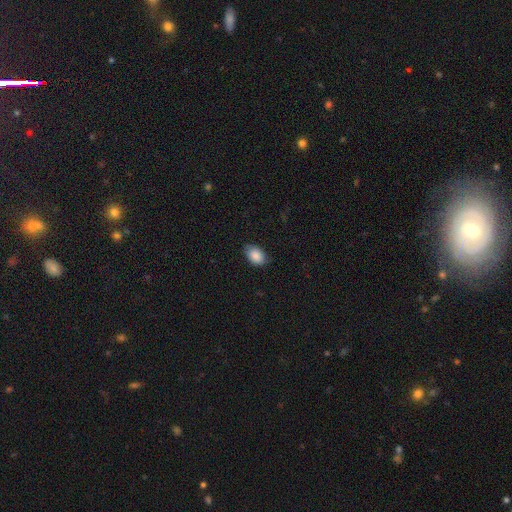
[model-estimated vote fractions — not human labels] A smooth galaxy with no disk features (89%) that is in between round and cigar-shaped (87%).

Vote fractions:
- Smooth or featured? smooth: 89% / star or artifact: 7% / featured or disk: 5%
- How rounded? in between: 87% / round: 12% / cigar-shaped: 1%
- Merging? none: 80% / minor disturbance: 17% / major disturbance: 3% / merger: 1%